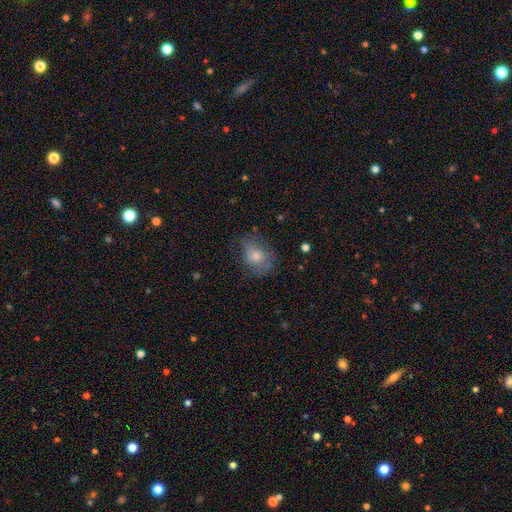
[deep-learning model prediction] This appears to be a smooth galaxy with no disk features (65%) that is round (52%). Merging: none (56%).